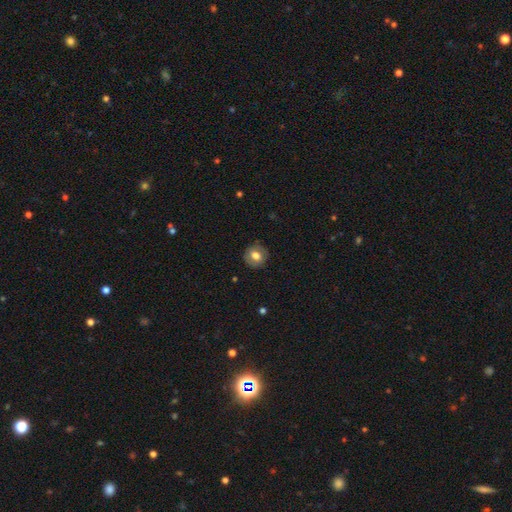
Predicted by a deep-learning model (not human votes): A smooth galaxy with no disk features (71%) that is round (86%).

Vote fractions:
- Smooth or featured? smooth: 71% / featured or disk: 21% / star or artifact: 9%
- How rounded? round: 86% / in between: 13% / cigar-shaped: 1%
- Merging? none: 85% / minor disturbance: 11% / major disturbance: 3% / merger: 1%